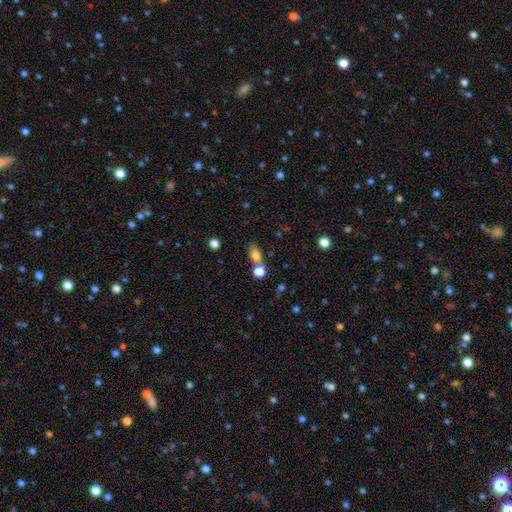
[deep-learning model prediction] Overall: smooth (78%). How rounded: in between (72%). Merging: none (53%; merger 29%).